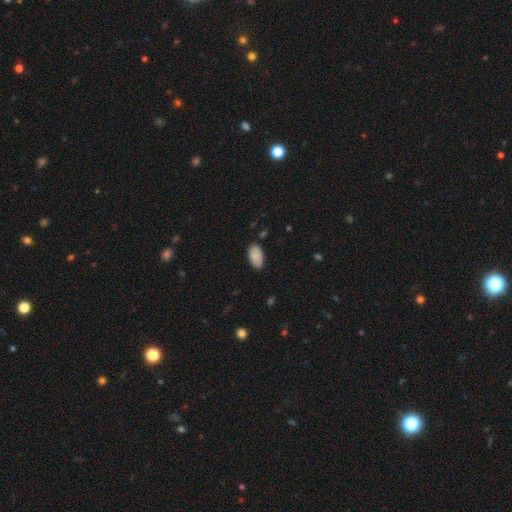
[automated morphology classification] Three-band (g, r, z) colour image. It shows a smooth galaxy with no disk features (88%) that is in between round and cigar-shaped (95%). Merging: none (82%).